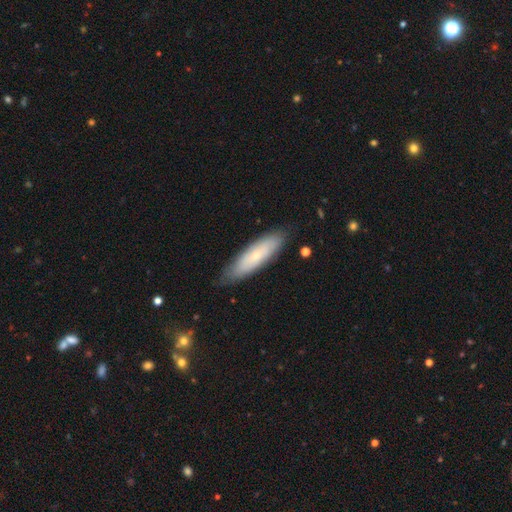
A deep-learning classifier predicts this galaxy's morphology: Smooth or featured? Predicted: smooth (p=0.59). How rounded? Predicted: cigar-shaped (p=0.60). Merging? Predicted: none (p=0.80).